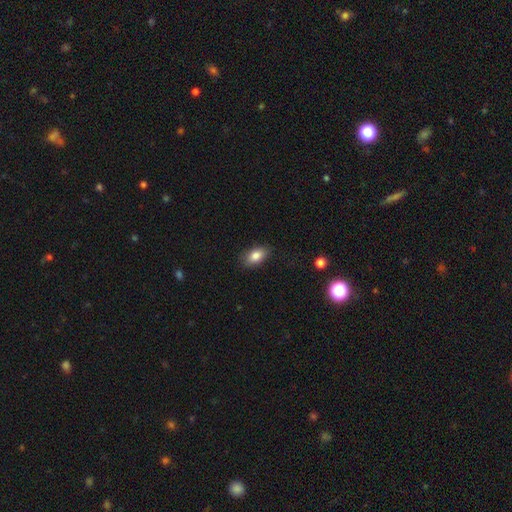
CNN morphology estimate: smooth-or-featured: smooth: 84% | star or artifact: 8% | featured or disk: 7%
  how-rounded: in between: 89% | round: 9% | cigar-shaped: 2%
  merging: none: 84% | minor disturbance: 12% | major disturbance: 3% | merger: 1%